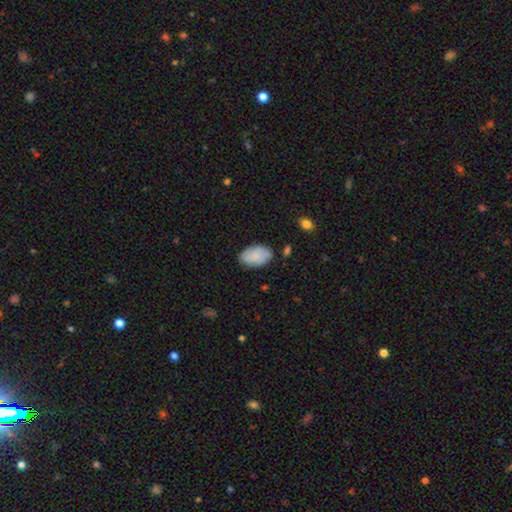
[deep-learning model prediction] A smooth galaxy with no disk features (80%) that is in between round and cigar-shaped (93%).

Vote fractions:
- Smooth or featured? smooth: 80% / featured or disk: 13% / star or artifact: 6%
- How rounded? in between: 93% / round: 6% / cigar-shaped: 1%
- Merging? none: 78% / minor disturbance: 17% / major disturbance: 4% / merger: 2%